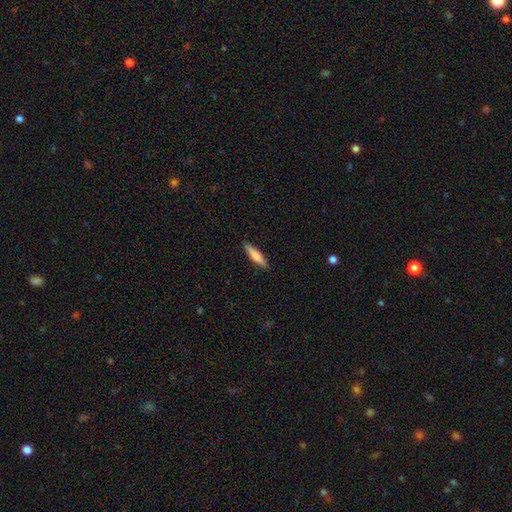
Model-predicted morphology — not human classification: Q: Smooth or featured?
A: smooth (75%); runner-up: featured or disk (19%)
Q: How rounded?
A: cigar-shaped (77%); runner-up: in between (22%)
Q: Merging?
A: none (88%); runner-up: minor disturbance (9%)